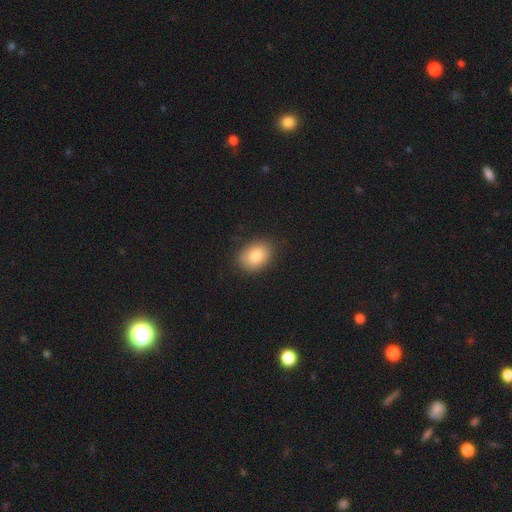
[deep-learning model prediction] A smooth galaxy with no disk features (83%) that is in between round and cigar-shaped (66%).

Vote fractions:
- Smooth or featured? smooth: 83% / featured or disk: 9% / star or artifact: 9%
- How rounded? in between: 66% / round: 33% / cigar-shaped: 1%
- Merging? none: 85% / minor disturbance: 11% / major disturbance: 3% / merger: 1%